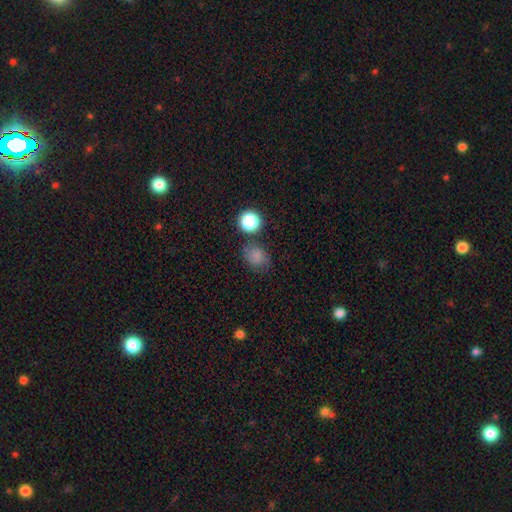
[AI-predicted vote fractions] Overall: smooth (79%). How rounded: round (56%; in between 43%). Merging: none (65%).